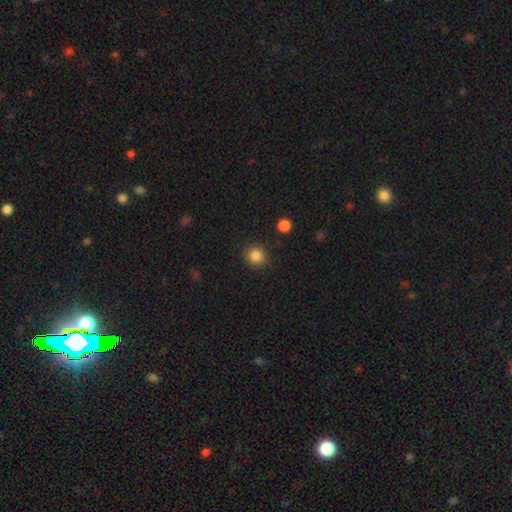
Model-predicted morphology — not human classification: A smooth galaxy with no disk features (85%) that is round (89%). Merging: none (88%).